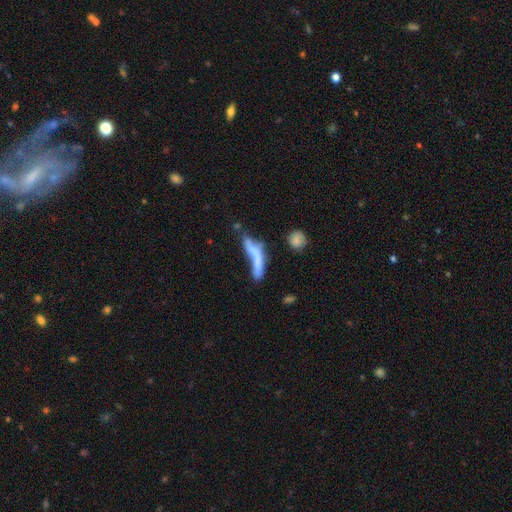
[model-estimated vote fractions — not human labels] Overall: smooth (52%; featured or disk 38%). How rounded: cigar-shaped (70%). Merging: merger (28%; major disturbance 27%).